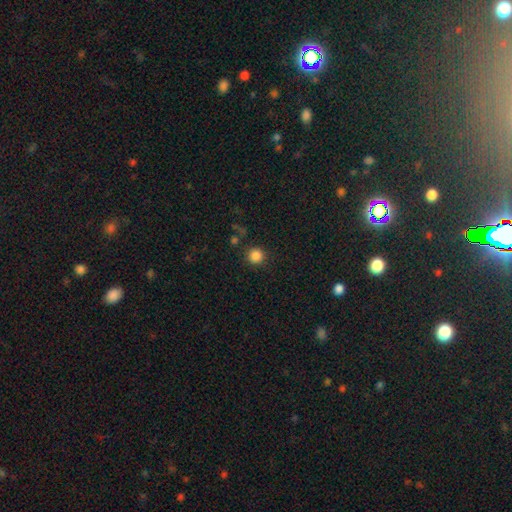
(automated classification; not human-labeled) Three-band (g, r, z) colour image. It shows a smooth galaxy with no disk features (85%) that is round (94%). Merging: none (88%).